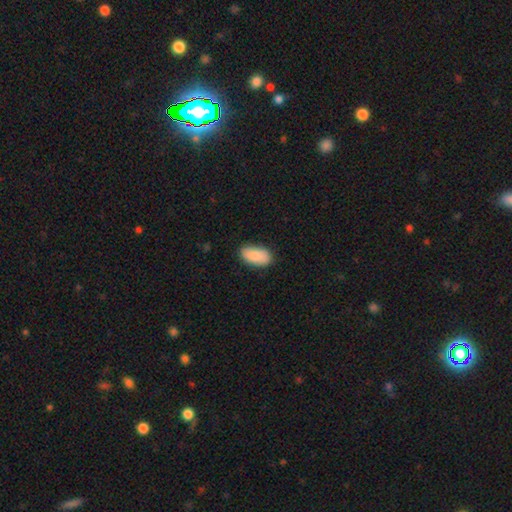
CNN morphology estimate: The model was most divided on "merging": none: 83%, minor disturbance: 14%, major disturbance: 2%, merger: 1%. More confident: how rounded — in between (94%); smooth or featured — smooth (88%).